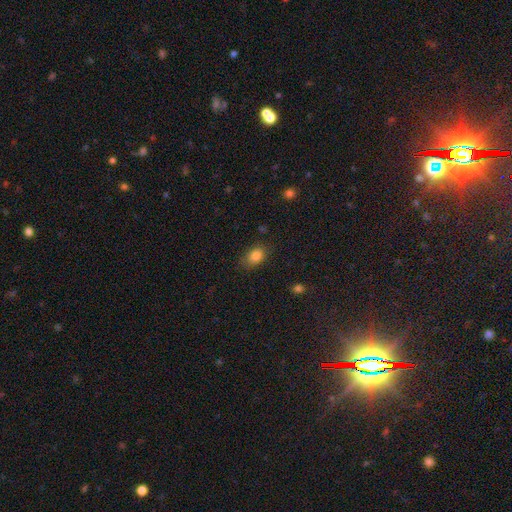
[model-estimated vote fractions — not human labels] A smooth galaxy with no disk features (84%) that is in between round and cigar-shaped (79%). Merging: none (78%).